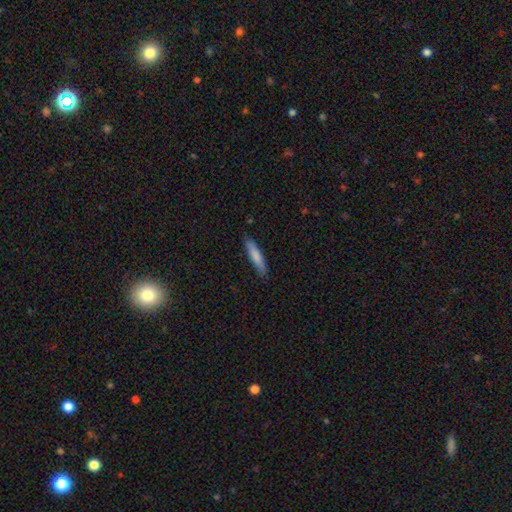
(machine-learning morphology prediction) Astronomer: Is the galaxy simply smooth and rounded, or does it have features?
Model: smooth — 80%.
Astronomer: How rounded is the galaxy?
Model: cigar-shaped — 87%.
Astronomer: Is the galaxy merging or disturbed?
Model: none — 87%.